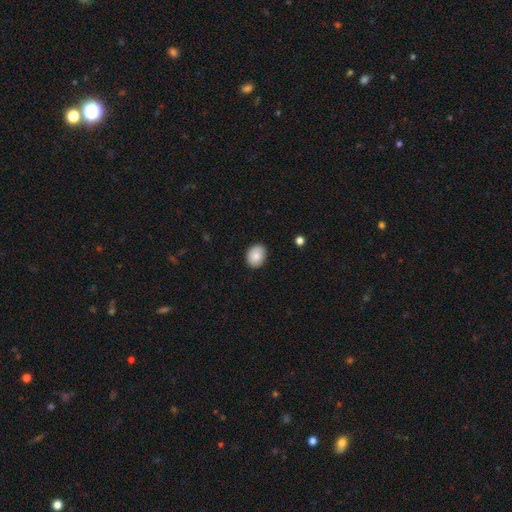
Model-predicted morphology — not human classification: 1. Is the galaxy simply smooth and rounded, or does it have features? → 85% smooth, 7% featured or disk, 7% star or artifact.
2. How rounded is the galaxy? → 51% in between, 48% round, 1% cigar-shaped.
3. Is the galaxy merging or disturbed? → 88% none, 9% minor disturbance, 2% major disturbance, 1% merger.